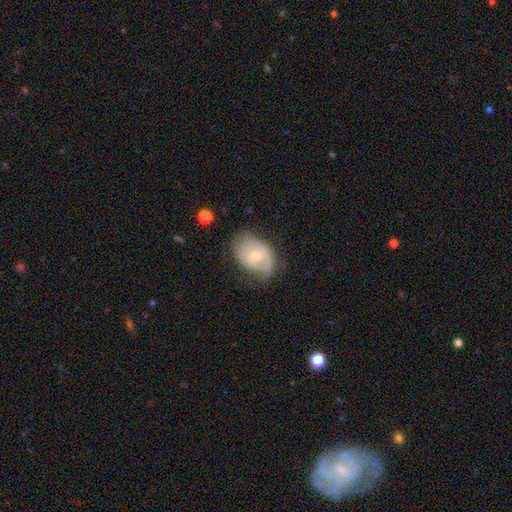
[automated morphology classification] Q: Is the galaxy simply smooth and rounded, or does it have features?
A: featured or disk — 58%.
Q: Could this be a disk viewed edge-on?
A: no — 95%.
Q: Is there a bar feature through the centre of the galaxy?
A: no — 71%.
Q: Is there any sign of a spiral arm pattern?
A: yes — 66%.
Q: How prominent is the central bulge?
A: moderate — 62%.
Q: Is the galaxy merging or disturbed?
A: none — 55%.